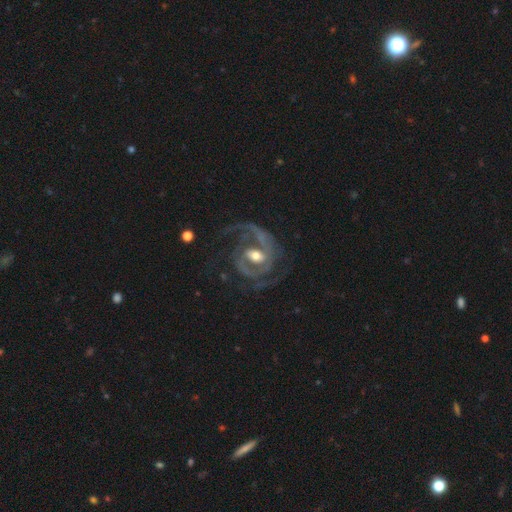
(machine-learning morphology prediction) Smooth or featured?
  - featured or disk: 90% *
  - smooth: 5%
  - star or artifact: 5%
Edge-on disk?
  - no: 98% *
  - yes: 2%
Bar?
  - weak: 43% *
  - no: 31%
  - strong: 26%
Spiral arms?
  - yes: 95% *
  - no: 5%
Spiral winding?
  - medium: 51% *
  - tight: 26%
  - loose: 23%
Spiral arm count?
  - 2: 66% *
  - 3: 12%
  - can't tell: 8%
  - 1: 7%
  - 4: 4%
  - more than 4: 4%
Bulge size?
  - moderate: 70% *
  - small: 19%
  - large: 9%
  - none: 1%
  - dominant: 1%
Merging?
  - none: 55% *
  - major disturbance: 24%
  - minor disturbance: 17%
  - merger: 3%